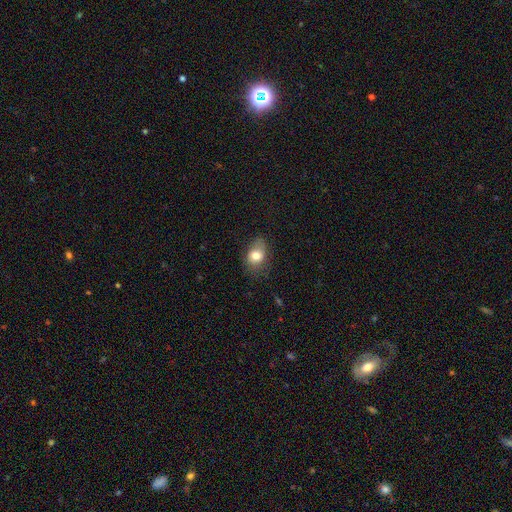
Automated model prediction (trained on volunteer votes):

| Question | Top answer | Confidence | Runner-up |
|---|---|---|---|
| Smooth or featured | smooth | 77% | featured or disk (13%) |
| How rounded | in between | 71% | round (28%) |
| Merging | none | 59% | minor disturbance (29%) |